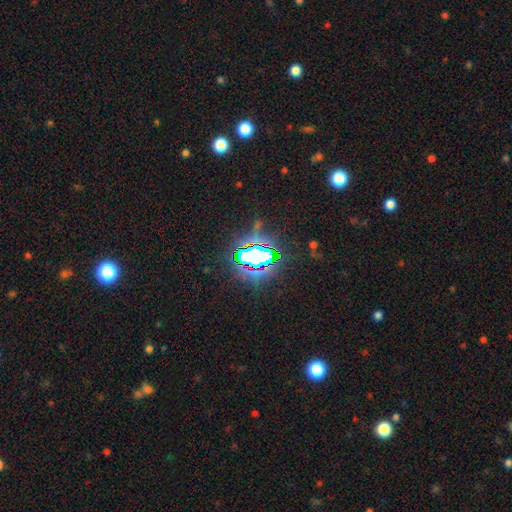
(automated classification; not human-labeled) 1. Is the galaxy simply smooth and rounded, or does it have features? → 71% star or artifact, 17% smooth, 12% featured or disk.